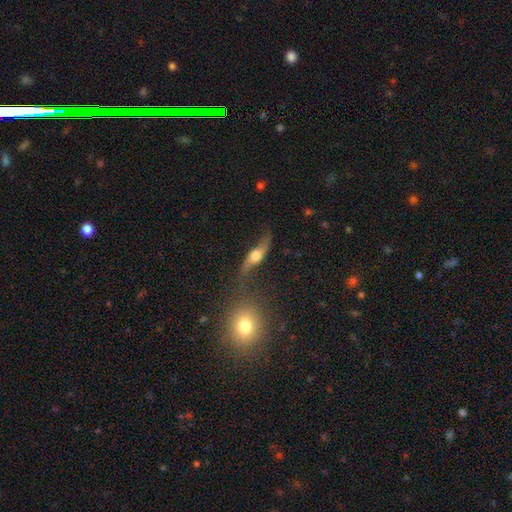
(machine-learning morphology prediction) Overall: featured or disk (71%). Edge-on disk: no (66%; yes 34%). Merging: none (62%).